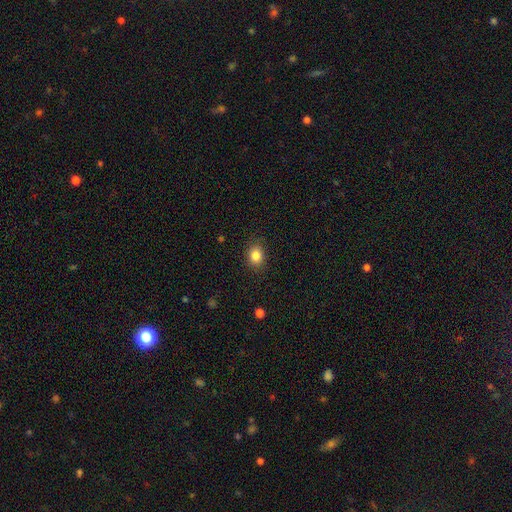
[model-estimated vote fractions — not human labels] This is clearly a smooth galaxy (84%). How rounded: possibly round (53%). Merging: clearly none (87%).